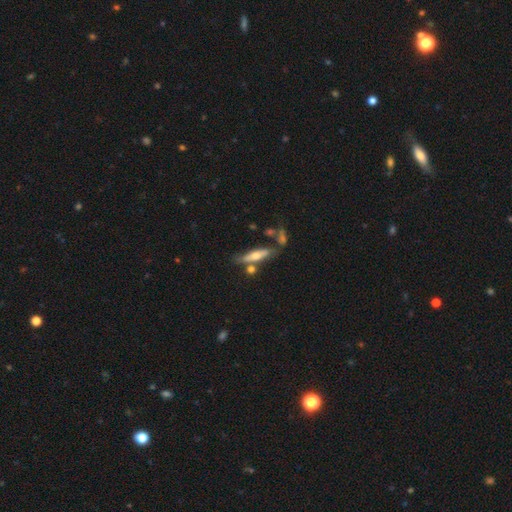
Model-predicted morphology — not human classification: Q: Smooth or featured?
A: featured or disk (51%); runner-up: smooth (41%)
Q: Edge-on disk?
A: yes (83%); runner-up: no (17%)
Q: Merging?
A: none (61%); runner-up: merger (18%)